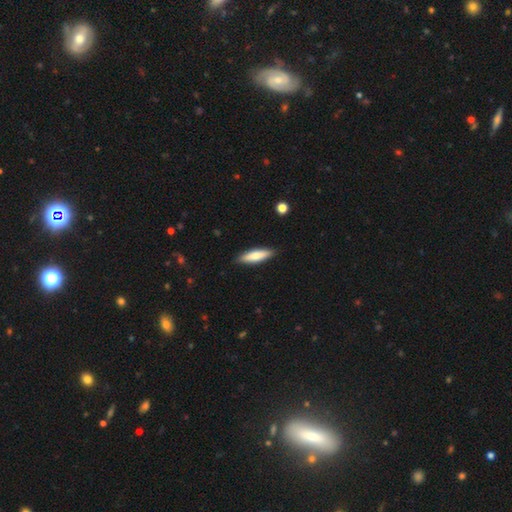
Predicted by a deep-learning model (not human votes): Overall: smooth (72%). How rounded: cigar-shaped (62%; in between 37%). Merging: none (88%).